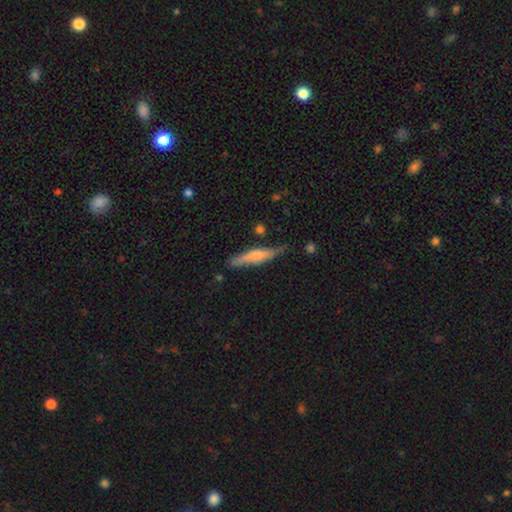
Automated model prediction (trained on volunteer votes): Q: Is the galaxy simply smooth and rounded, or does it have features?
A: smooth — 55%.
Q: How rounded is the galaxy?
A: cigar-shaped — 87%.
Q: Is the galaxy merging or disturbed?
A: none — 72%.